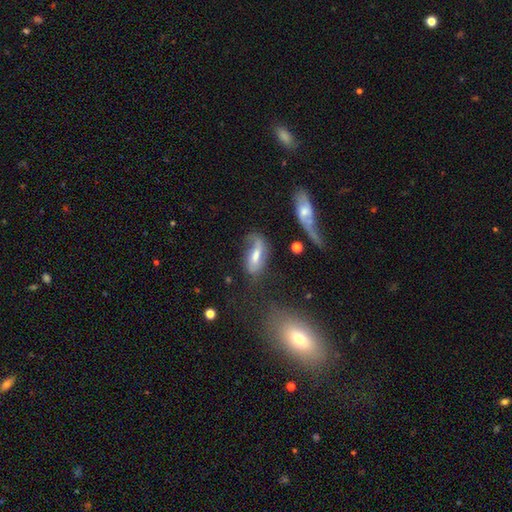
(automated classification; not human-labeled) Overall: featured or disk (50%; smooth 41%). Merging: none (38%; major disturbance 26%).